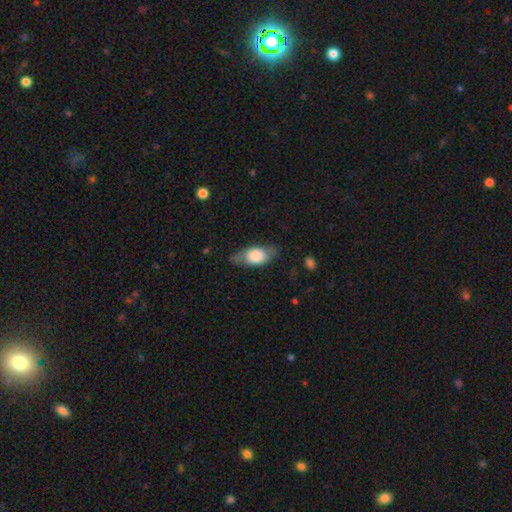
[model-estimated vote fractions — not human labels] Overall: smooth (66%; featured or disk 28%). How rounded: in between (84%). Merging: none (71%).